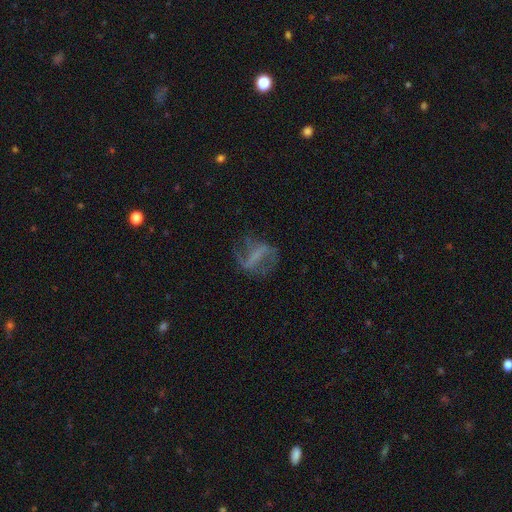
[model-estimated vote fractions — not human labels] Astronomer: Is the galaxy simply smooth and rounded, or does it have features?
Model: featured or disk — 69%.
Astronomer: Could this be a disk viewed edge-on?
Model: no — 94%.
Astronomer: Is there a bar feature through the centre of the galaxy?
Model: strong — 57%.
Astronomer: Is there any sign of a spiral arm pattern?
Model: yes — 73%.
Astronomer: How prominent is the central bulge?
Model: none — 62%.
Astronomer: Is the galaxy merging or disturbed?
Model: none — 57%.